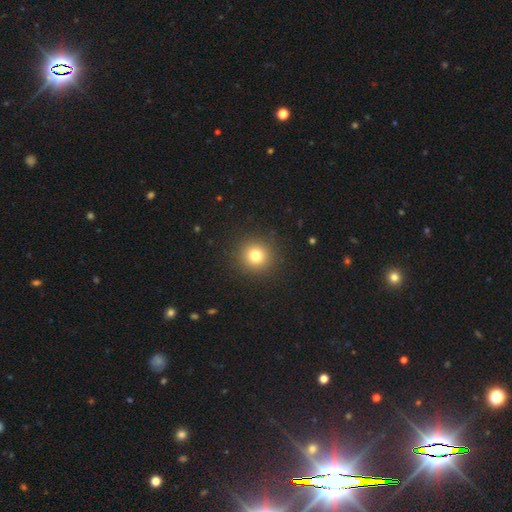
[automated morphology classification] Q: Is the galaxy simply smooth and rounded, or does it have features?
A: smooth — 78%.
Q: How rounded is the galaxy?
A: round — 94%.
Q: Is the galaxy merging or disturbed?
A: none — 91%.